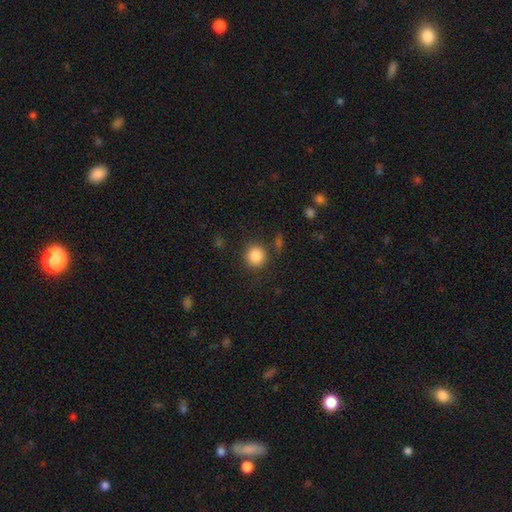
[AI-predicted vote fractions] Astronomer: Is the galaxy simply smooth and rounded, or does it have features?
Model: smooth — 86%.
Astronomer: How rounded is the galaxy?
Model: round — 92%.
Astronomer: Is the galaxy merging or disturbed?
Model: none — 84%.